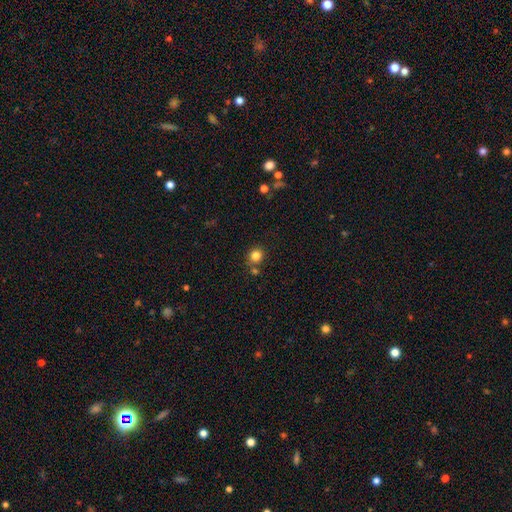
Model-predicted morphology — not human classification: smooth 82%, star or artifact 13%, featured or disk 5%. Down the decision tree: how rounded — round (87%); merging — none (77%).